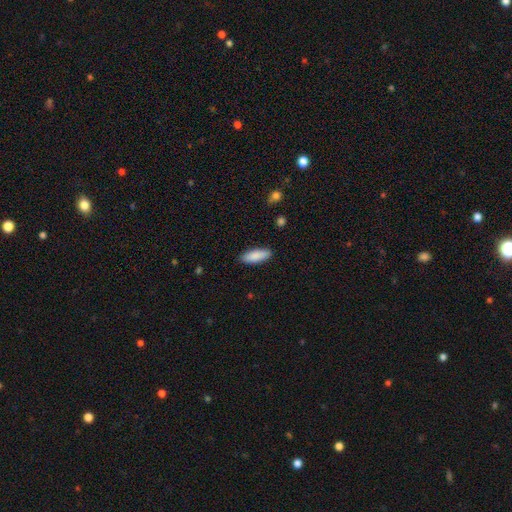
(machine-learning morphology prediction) Smooth or featured: smooth — 88% (featured or disk — 6%)
How rounded: in between — 67% (cigar-shaped — 31%)
Merging: none — 88% (minor disturbance — 9%)